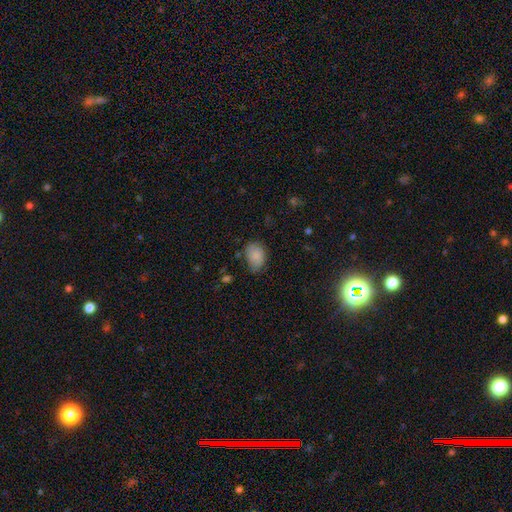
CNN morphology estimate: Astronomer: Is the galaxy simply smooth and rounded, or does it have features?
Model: smooth — 83%.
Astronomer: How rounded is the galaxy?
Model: in between — 75%.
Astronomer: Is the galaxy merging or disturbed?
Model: none — 54% (runner-up: minor disturbance, 35%).